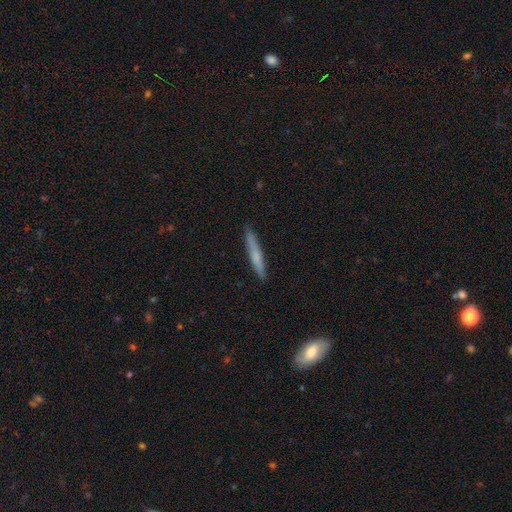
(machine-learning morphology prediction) type=smooth (64%); roundness=cigar-shaped (95%); merging=none (89%).